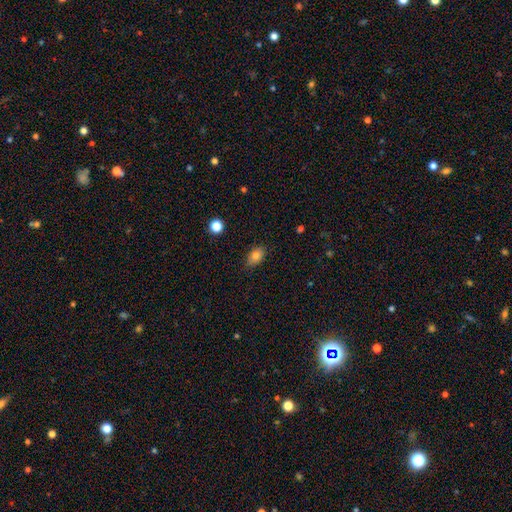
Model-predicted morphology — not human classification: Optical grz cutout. It shows a smooth galaxy with no disk features (80%) that is in between round and cigar-shaped (86%). Merging: none (81%).